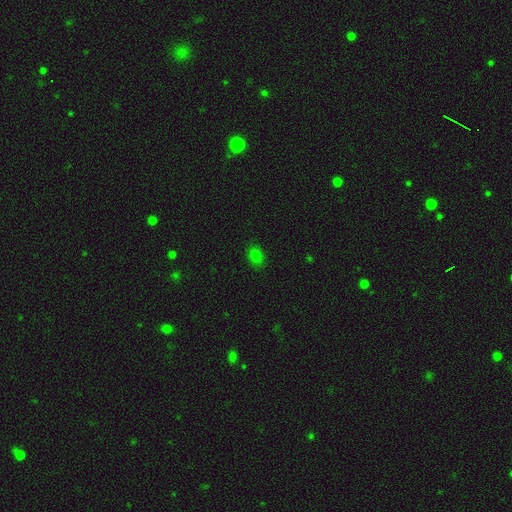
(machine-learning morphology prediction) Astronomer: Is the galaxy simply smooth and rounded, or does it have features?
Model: smooth — 77%.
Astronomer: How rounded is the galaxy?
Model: in between — 56% (runner-up: round, 43%).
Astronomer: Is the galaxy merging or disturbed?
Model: none — 87%.